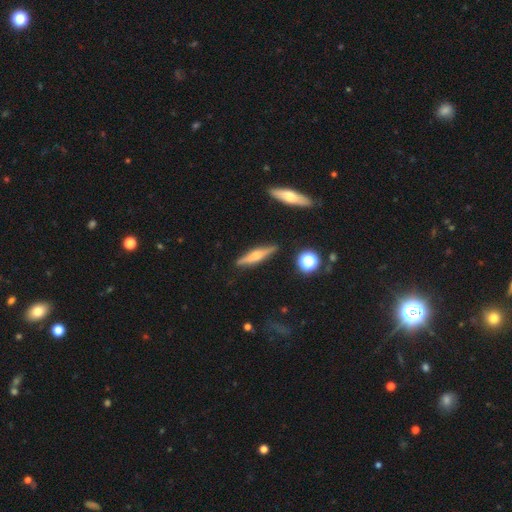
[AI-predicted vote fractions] smooth_or_featured: featured or disk (p=0.61) [alt: smooth p=0.32]
disk_edge_on: yes (p=0.96) [alt: no p=0.04]
edge_on_bulge: rounded (p=0.85) [alt: boxy p=0.09]
merging: none (p=0.87) [alt: minor disturbance p=0.09]